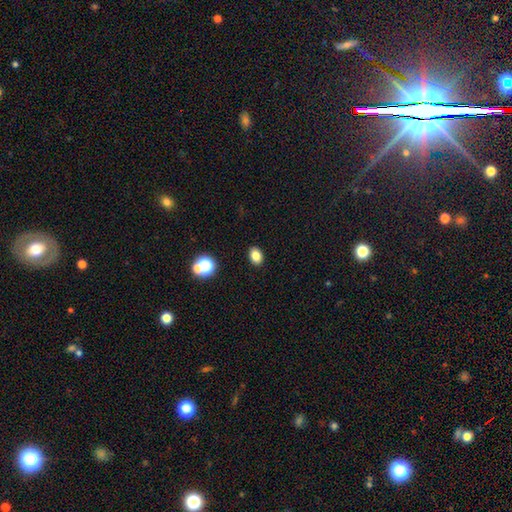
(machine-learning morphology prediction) smooth_or_featured: smooth (p=0.82) [alt: star or artifact p=0.12]
how_rounded: in between (p=0.76) [alt: round p=0.23]
merging: none (p=0.89) [alt: minor disturbance p=0.07]